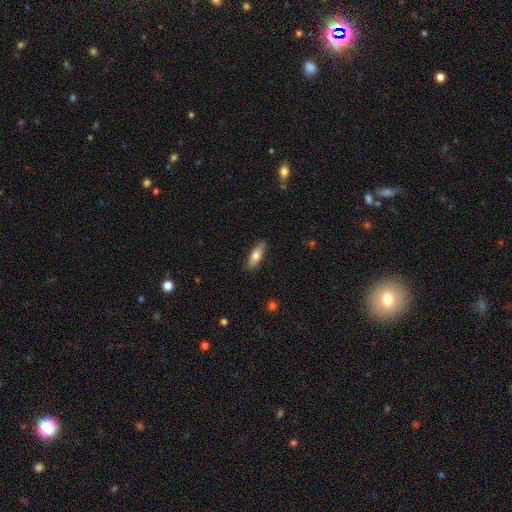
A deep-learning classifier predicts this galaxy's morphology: Q: Smooth or featured?
A: smooth (68%); runner-up: featured or disk (25%)
Q: How rounded?
A: in between (50%); runner-up: cigar-shaped (47%)
Q: Merging?
A: none (87%); runner-up: minor disturbance (10%)